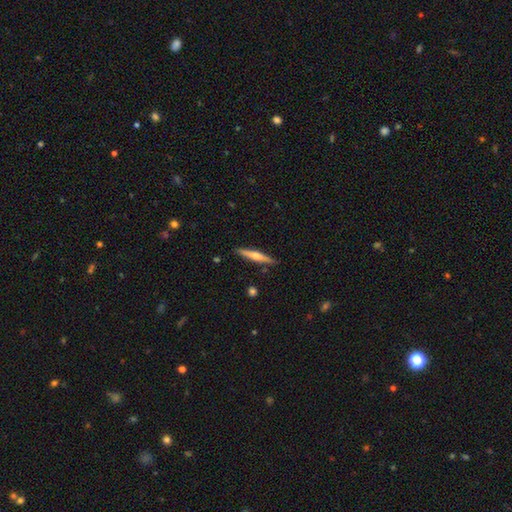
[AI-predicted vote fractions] Smooth or featured?
  - featured or disk: 60% *
  - smooth: 34%
  - star or artifact: 6%
Edge-on disk?
  - yes: 97% *
  - no: 3%
Edge-on bulge?
  - rounded: 83% *
  - none: 10%
  - boxy: 7%
Merging?
  - none: 90% *
  - minor disturbance: 7%
  - major disturbance: 1%
  - merger: 1%